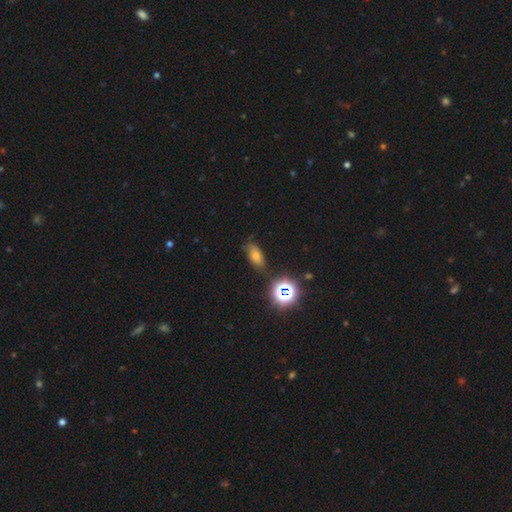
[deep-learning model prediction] The model was most divided on "smooth or featured": smooth: 53%, star or artifact: 31%, featured or disk: 16%. More confident: how rounded — in between (77%); merging — none (75%).